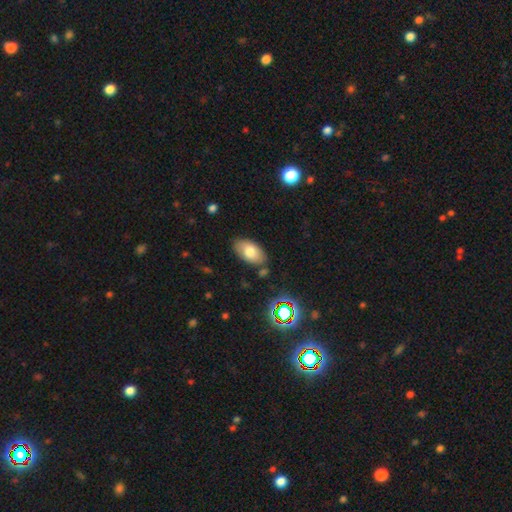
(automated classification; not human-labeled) smooth-or-featured: smooth: 73% | featured or disk: 17% | star or artifact: 9%
  how-rounded: in between: 93% | round: 5% | cigar-shaped: 2%
  merging: none: 80% | minor disturbance: 14% | merger: 3% | major disturbance: 3%